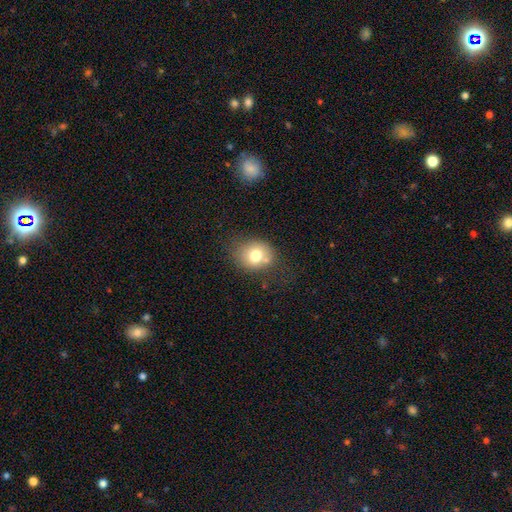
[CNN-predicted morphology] A smooth galaxy with no disk features (72%) that is round (65%).

Vote fractions:
- Smooth or featured? smooth: 72% / featured or disk: 16% / star or artifact: 11%
- How rounded? round: 65% / in between: 34% / cigar-shaped: 1%
- Merging? none: 62% / minor disturbance: 20% / merger: 11% / major disturbance: 7%